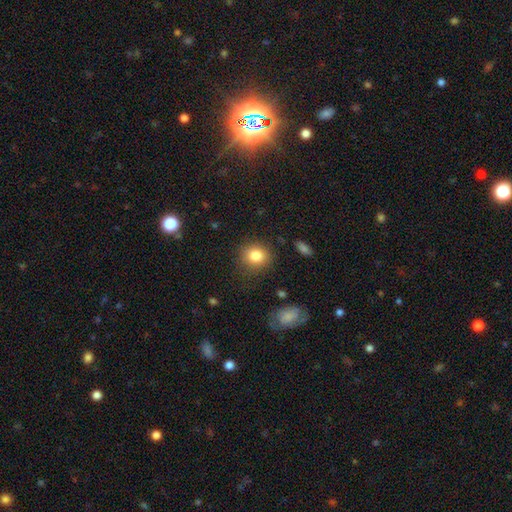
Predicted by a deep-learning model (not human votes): Smooth or featured?
  - smooth: 83% *
  - star or artifact: 10%
  - featured or disk: 7%
How rounded?
  - round: 83% *
  - in between: 16%
  - cigar-shaped: 1%
Merging?
  - none: 84% *
  - minor disturbance: 10%
  - major disturbance: 4%
  - merger: 2%